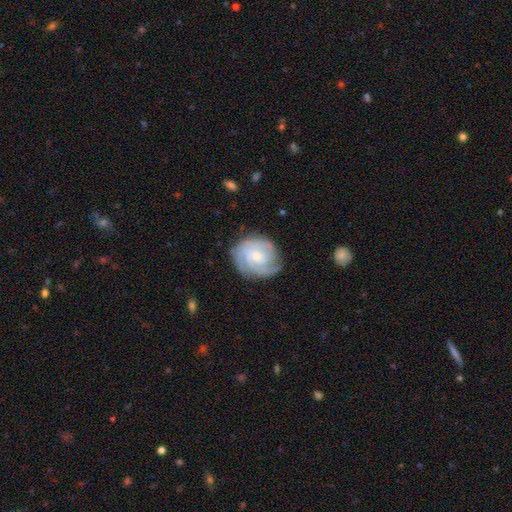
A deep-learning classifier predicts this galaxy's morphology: A featured or disk galaxy (84%) with no bar (68%), 3 (33%) tight (71%) spiral arms (97%) and a small central bulge (62%). Merging: none (75%).